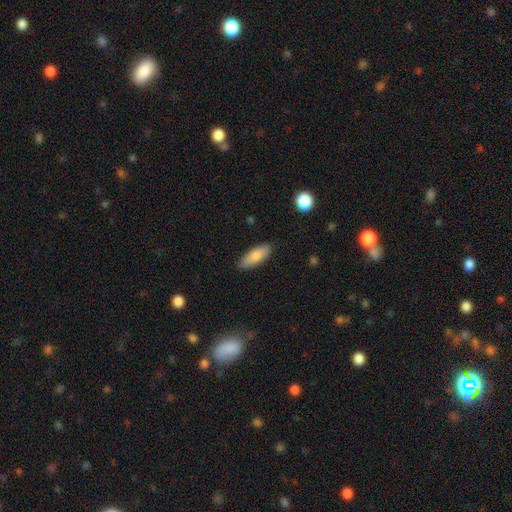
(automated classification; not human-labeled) Smooth or featured?
  - smooth: 82% *
  - featured or disk: 12%
  - star or artifact: 6%
How rounded?
  - in between: 71% *
  - cigar-shaped: 27%
  - round: 2%
Merging?
  - none: 87% *
  - minor disturbance: 10%
  - major disturbance: 2%
  - merger: 1%